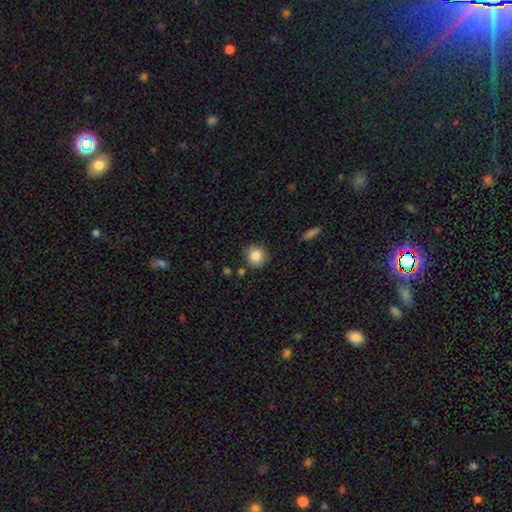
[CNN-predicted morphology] Smooth or featured? Predicted: smooth (p=0.85). How rounded? Predicted: round (p=0.89). Merging? Predicted: none (p=0.81).